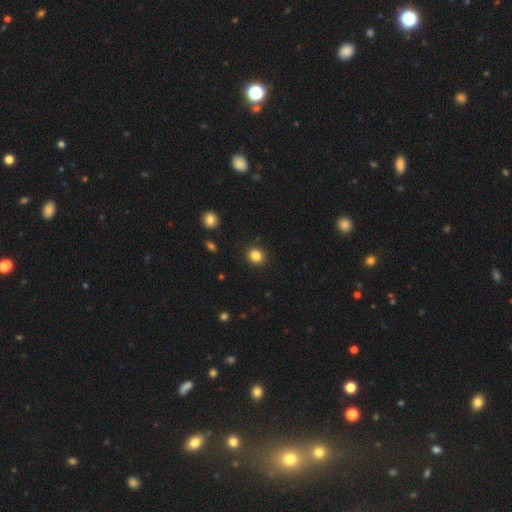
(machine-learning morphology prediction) Q: Smooth or featured?
A: smooth (84%); runner-up: star or artifact (11%)
Q: How rounded?
A: round (81%); runner-up: in between (19%)
Q: Merging?
A: none (91%); runner-up: minor disturbance (6%)